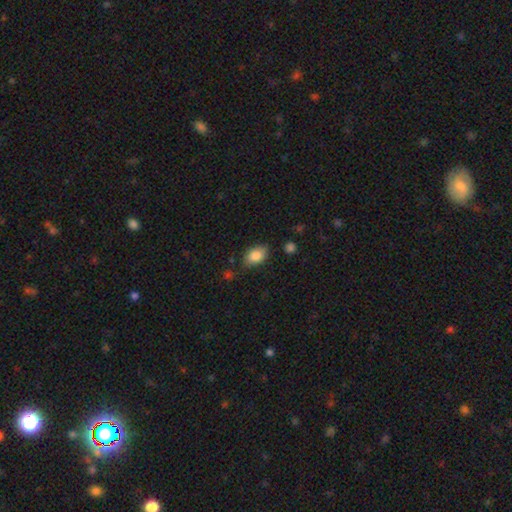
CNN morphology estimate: Smooth or featured? Predicted: smooth (p=0.84). How rounded? Predicted: in between (p=0.88). Merging? Predicted: none (p=0.77).